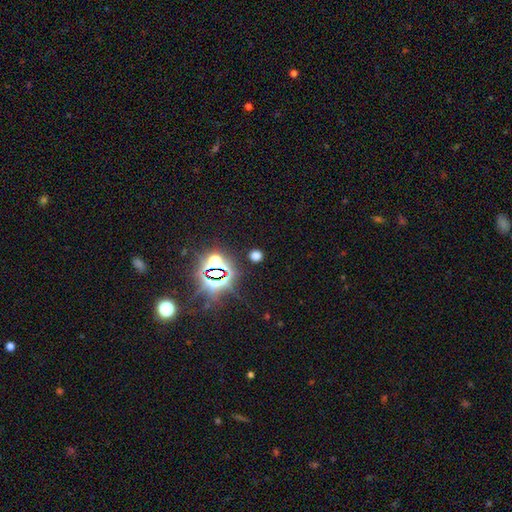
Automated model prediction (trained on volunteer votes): Smooth or featured? Predicted: smooth (p=0.52). How rounded? Predicted: round (p=0.83). Merging? Predicted: none (p=0.87).